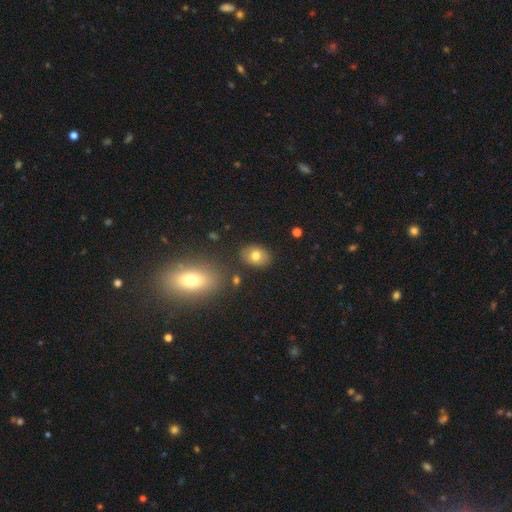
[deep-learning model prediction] Morphology: type=smooth (77%); roundness=in between (74%); merging=none (84%).